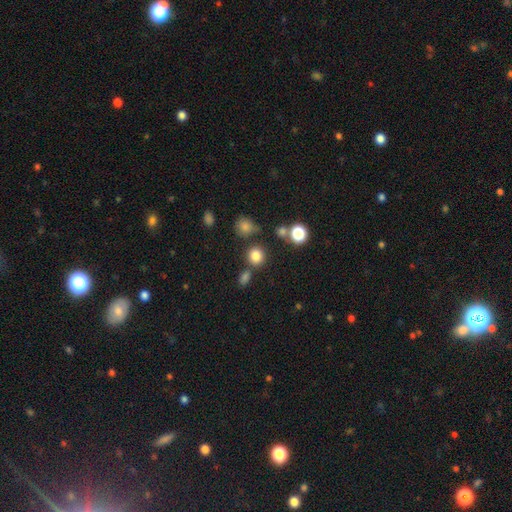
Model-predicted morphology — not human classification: A smooth galaxy with no disk features (80%) that is round (86%). Merging: none (77%).